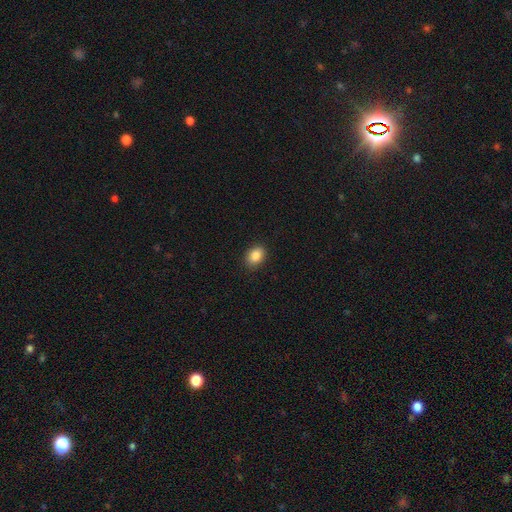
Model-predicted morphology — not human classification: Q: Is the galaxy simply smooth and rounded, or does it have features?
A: smooth — 86%.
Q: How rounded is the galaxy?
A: in between — 66%.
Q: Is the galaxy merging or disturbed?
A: none — 90%.